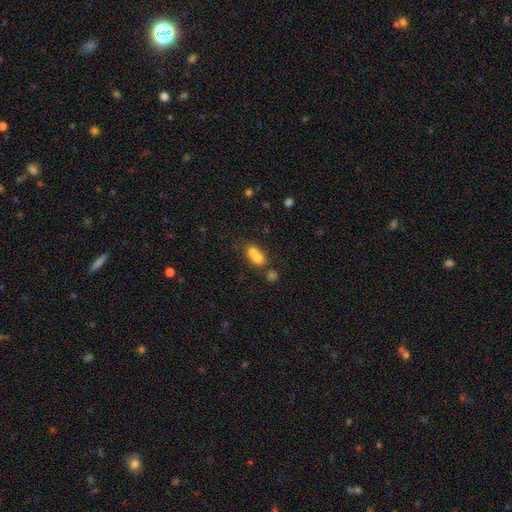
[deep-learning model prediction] The model was most divided on "how rounded": round: 60%, in between: 38%, cigar-shaped: 2%. More confident: merging — merger (69%); smooth or featured — smooth (68%).